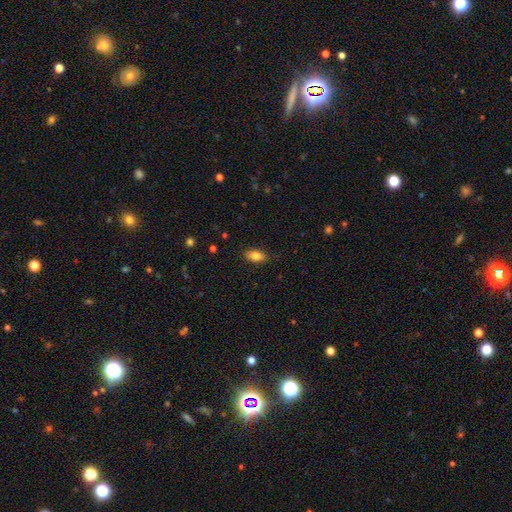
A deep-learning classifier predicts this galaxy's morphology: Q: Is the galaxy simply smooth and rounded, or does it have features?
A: smooth — 80%.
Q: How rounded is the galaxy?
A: in between — 87%.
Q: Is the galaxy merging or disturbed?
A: none — 86%.